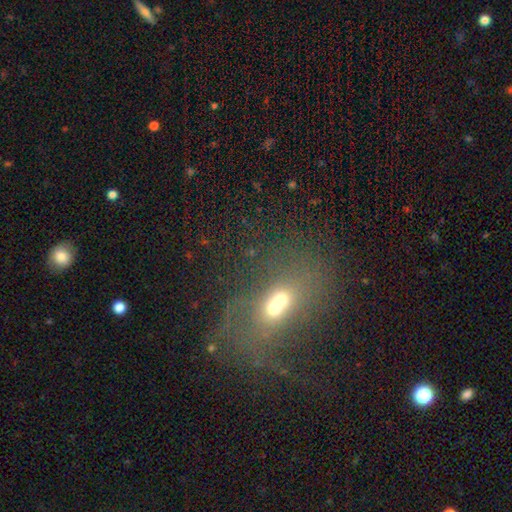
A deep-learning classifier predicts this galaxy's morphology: smooth_or_featured: smooth (p=0.40) [alt: featured or disk p=0.35]
merging: none (p=0.46) [alt: major disturbance p=0.19]